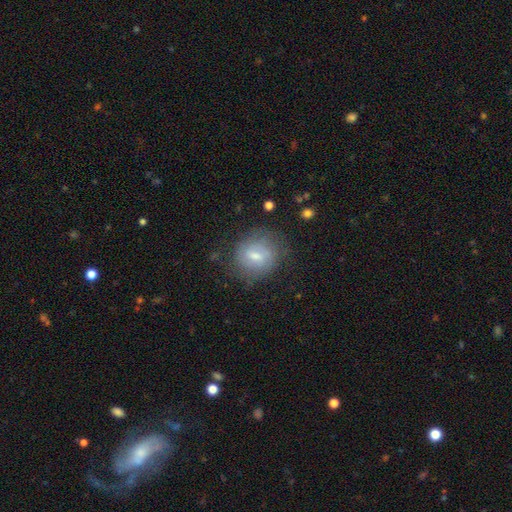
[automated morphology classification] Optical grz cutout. It shows a smooth galaxy with no disk features (52%) that is round (68%). Merging: none (70%).